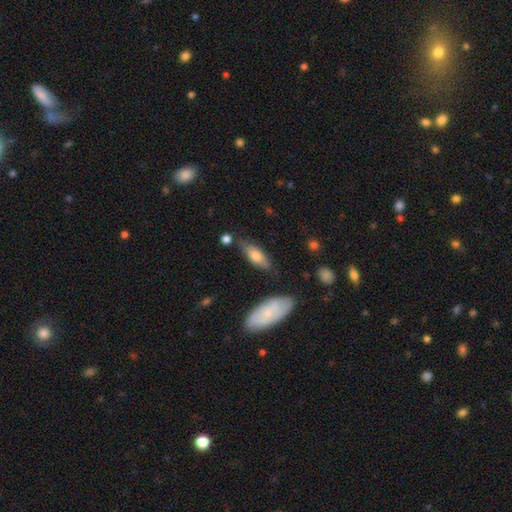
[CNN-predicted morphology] Smooth or featured? Predicted: smooth (p=0.68). How rounded? Predicted: in between (p=0.66). Merging? Predicted: none (p=0.72).